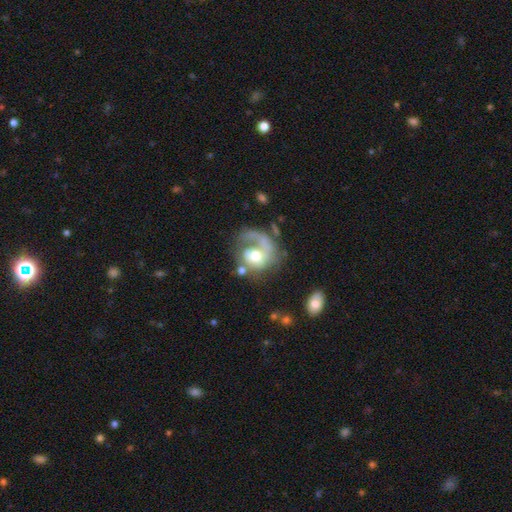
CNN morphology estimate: featured or disk 61%, smooth 31%, star or artifact 7%. Down the decision tree: edge-on disk — no (97%); bar — no (78%); spiral arms — yes (64%); bulge size — moderate (64%); merging — major disturbance (42%).